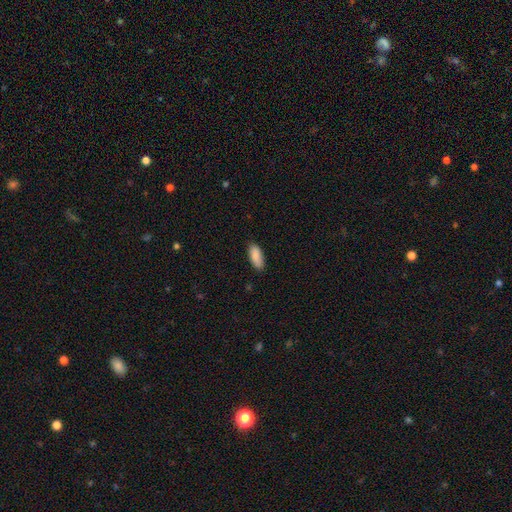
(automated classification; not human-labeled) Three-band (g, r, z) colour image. It shows a smooth galaxy with no disk features (89%) that is in between round and cigar-shaped (81%). Merging: none (85%).